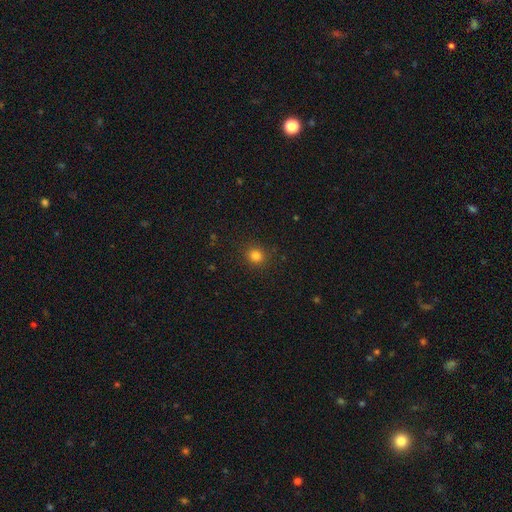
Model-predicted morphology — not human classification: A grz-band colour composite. It shows a smooth galaxy with no disk features (82%) that is round (86%). Merging: none (90%).